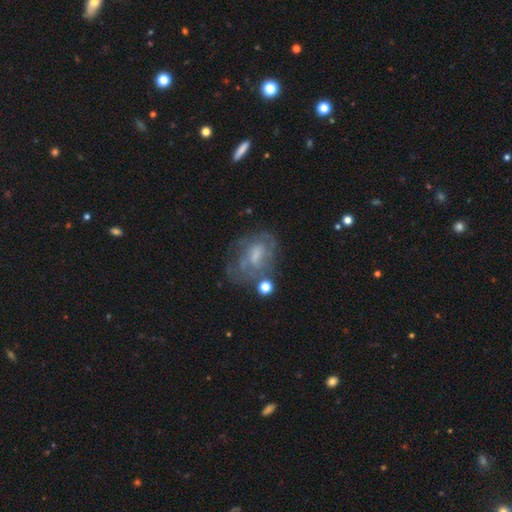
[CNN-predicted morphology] type=featured or disk (56%); edge-on=no (96%); bar=no (55%); spiral arms=no (57%); bulge=moderate (32%); merging=none (47%).